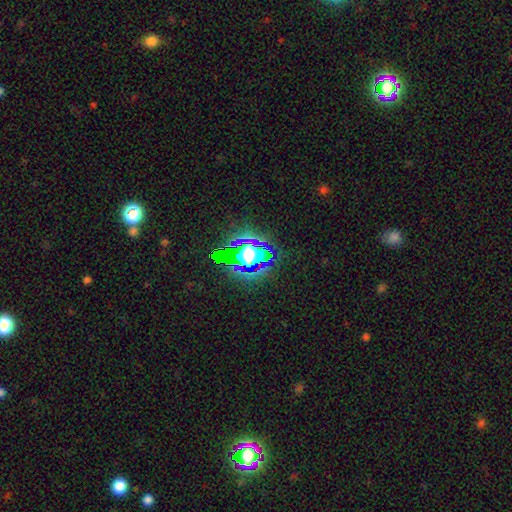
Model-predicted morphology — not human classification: Overall: star or artifact (50%; smooth 28%).